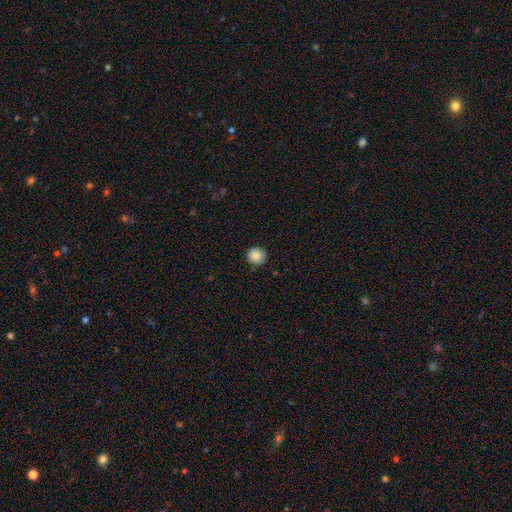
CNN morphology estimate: Smooth or featured? smooth (86%)
How rounded? round (94%)
Merging? none (88%)